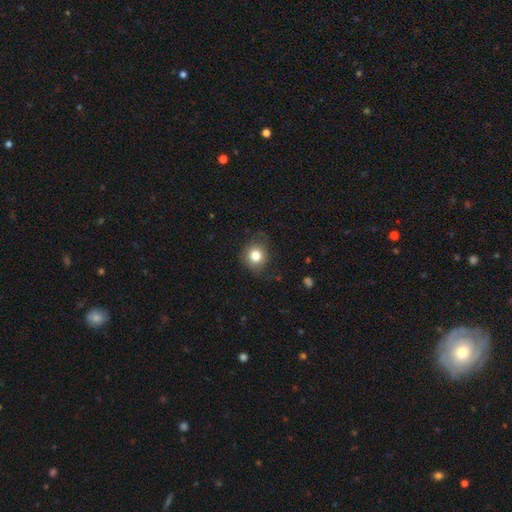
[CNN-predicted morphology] The model was most divided on "merging": none: 77%, minor disturbance: 17%, major disturbance: 5%, merger: 1%. More confident: how rounded — round (81%); smooth or featured — smooth (81%).